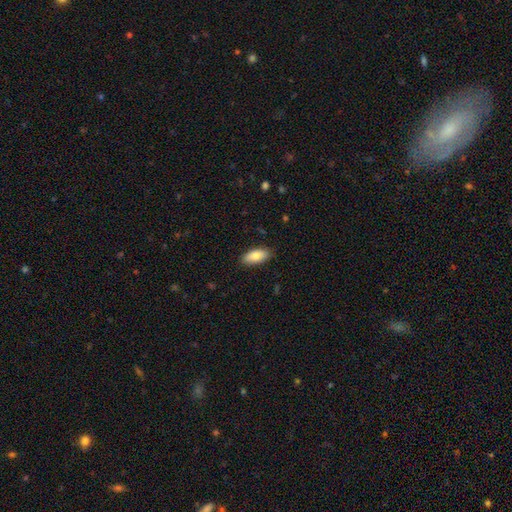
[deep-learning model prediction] Overall: smooth (82%). How rounded: in between (89%). Merging: none (86%).